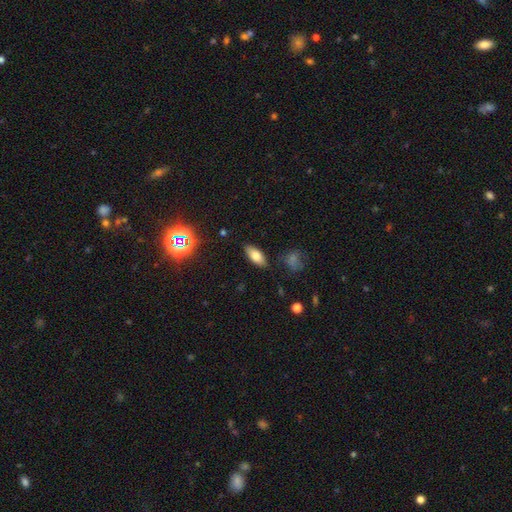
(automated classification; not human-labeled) Morphology: type=smooth (75%); roundness=in between (85%); merging=none (85%).